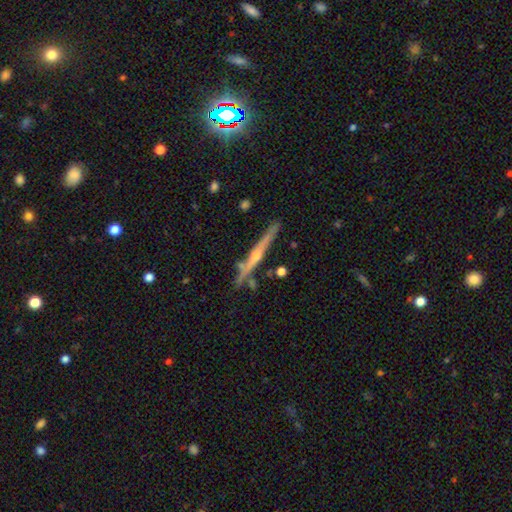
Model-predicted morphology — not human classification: Smooth or featured? Predicted: featured or disk (p=0.73). Edge-on disk? Predicted: yes (p=0.96). Edge-on bulge? Predicted: rounded (p=0.77). Merging? Predicted: none (p=0.80).